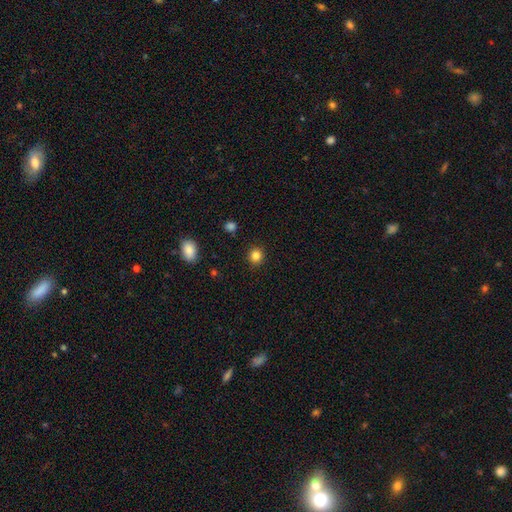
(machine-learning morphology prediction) This is clearly a smooth galaxy (84%). How rounded: clearly round (89%). Merging: clearly none (91%).